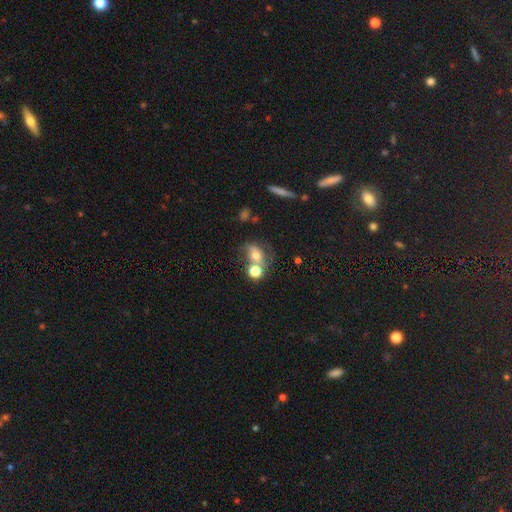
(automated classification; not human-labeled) Smooth or featured? smooth (57%)
How rounded? round (50%)
Merging? merger (40%)